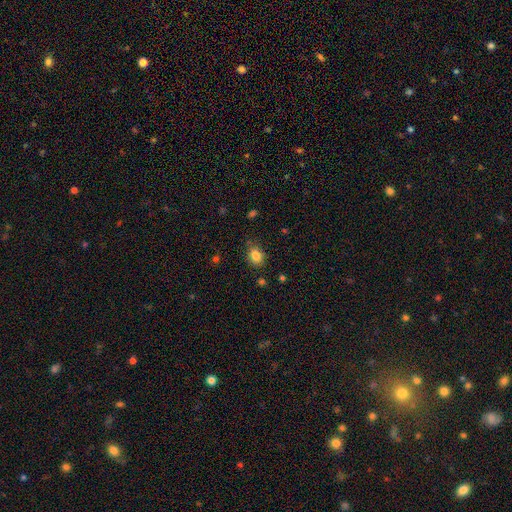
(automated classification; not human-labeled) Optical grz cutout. It shows a smooth galaxy with no disk features (85%) that is in between round and cigar-shaped (56%). Merging: none (79%).